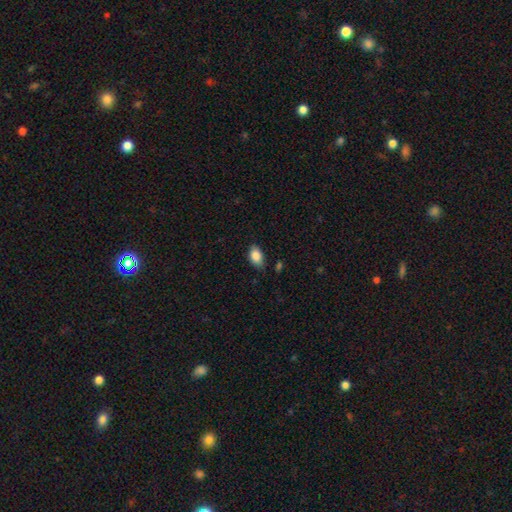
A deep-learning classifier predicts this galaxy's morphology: This appears to be a smooth galaxy with no disk features (87%) that is in between round and cigar-shaped (90%). Merging: none (77%).